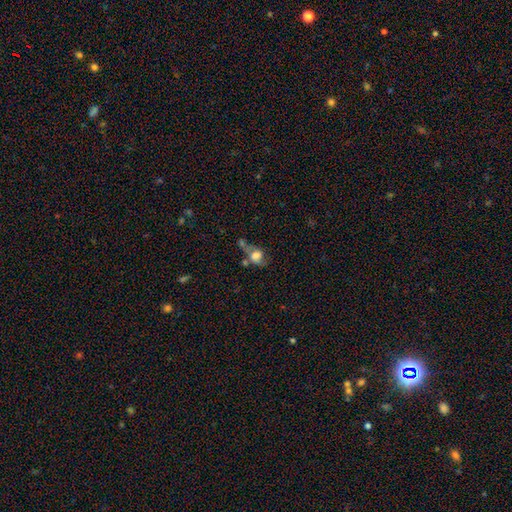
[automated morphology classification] This appears to be a smooth galaxy with no disk features (63%) that is in between round and cigar-shaped (57%). Merging: merger (33%).